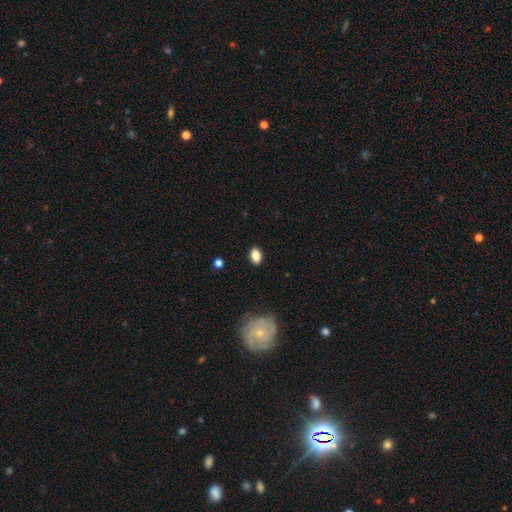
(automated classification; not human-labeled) smooth-or-featured: smooth: 84% | star or artifact: 9% | featured or disk: 7%
  how-rounded: in between: 87% | round: 11% | cigar-shaped: 2%
  merging: none: 87% | minor disturbance: 10% | major disturbance: 2% | merger: 1%